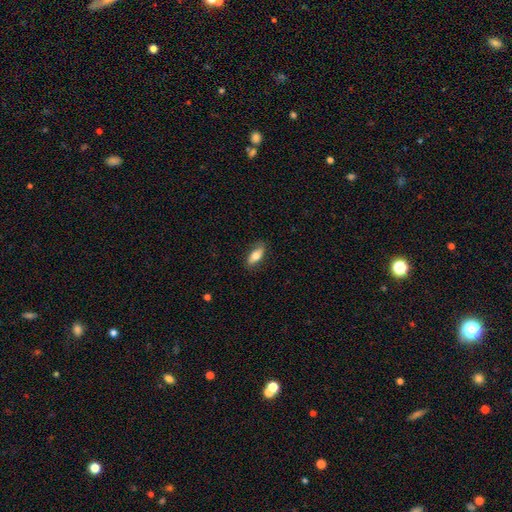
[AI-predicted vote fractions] Morphology: type=smooth (72%); roundness=in between (80%); merging=none (81%).